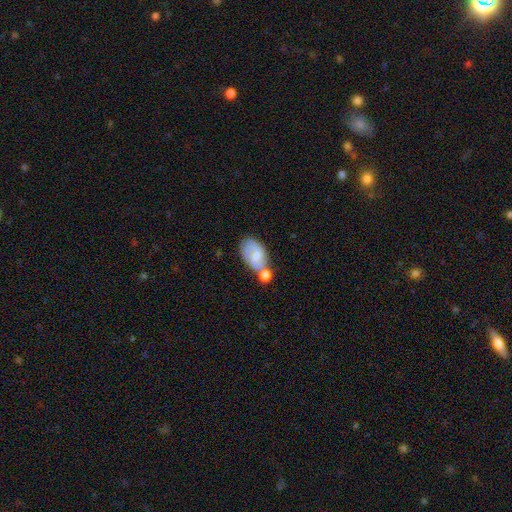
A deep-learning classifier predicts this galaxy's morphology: smooth_or_featured: smooth (p=0.50) [alt: featured or disk p=0.43]
merging: merger (p=0.38) [alt: none p=0.35]